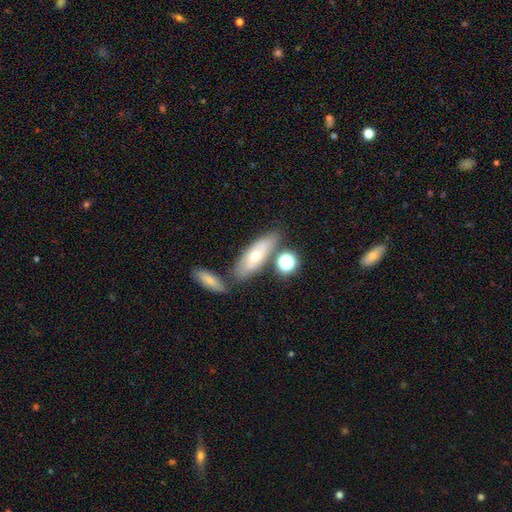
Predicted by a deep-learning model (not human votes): Q: Smooth or featured?
A: smooth (53%); runner-up: featured or disk (38%)
Q: How rounded?
A: in between (59%); runner-up: cigar-shaped (38%)
Q: Merging?
A: none (68%); runner-up: merger (14%)